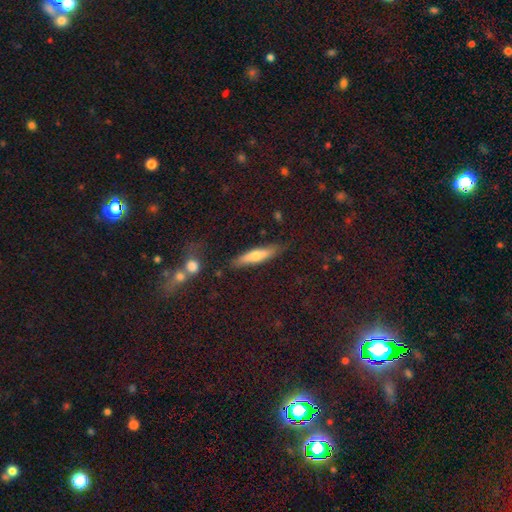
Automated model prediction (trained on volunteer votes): smooth_or_featured: smooth (p=0.58) [alt: featured or disk p=0.35]
how_rounded: cigar-shaped (p=0.81) [alt: in between p=0.17]
merging: none (p=0.84) [alt: minor disturbance p=0.11]